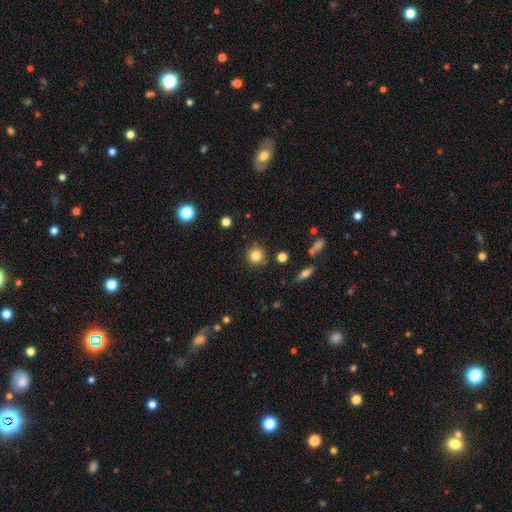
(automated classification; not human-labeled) Overall: smooth (82%). How rounded: round (93%). Merging: none (86%).